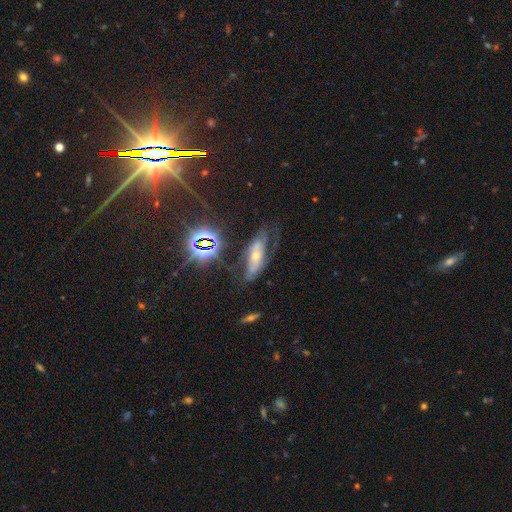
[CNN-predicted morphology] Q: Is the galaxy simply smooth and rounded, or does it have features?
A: featured or disk — 52%.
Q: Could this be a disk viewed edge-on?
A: no — 71%.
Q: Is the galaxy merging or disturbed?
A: none — 56%.